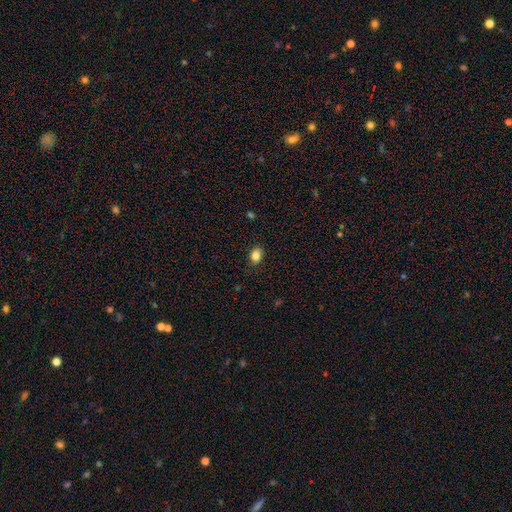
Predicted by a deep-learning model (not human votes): Smooth or featured? Predicted: smooth (p=0.84). How rounded? Predicted: in between (p=0.70). Merging? Predicted: none (p=0.85).